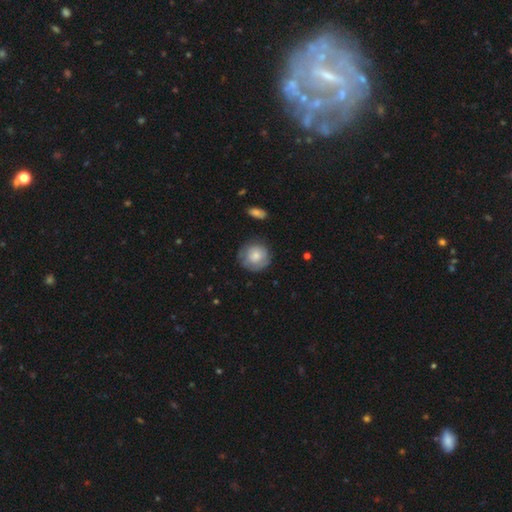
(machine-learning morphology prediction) Q: Smooth or featured?
A: smooth (71%); runner-up: featured or disk (23%)
Q: How rounded?
A: round (91%); runner-up: in between (8%)
Q: Merging?
A: none (75%); runner-up: minor disturbance (18%)